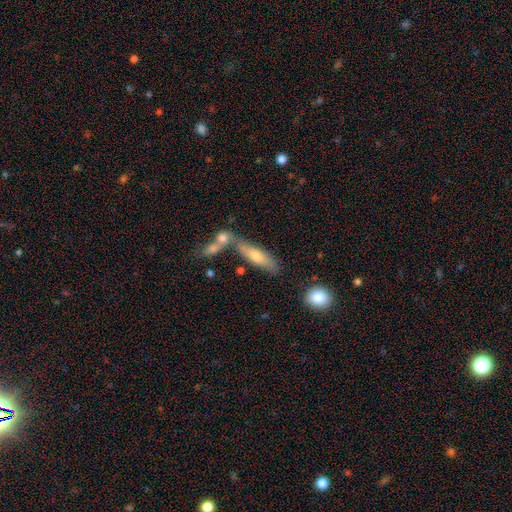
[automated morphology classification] Smooth or featured? smooth (59%)
How rounded? cigar-shaped (64%)
Merging? none (52%)